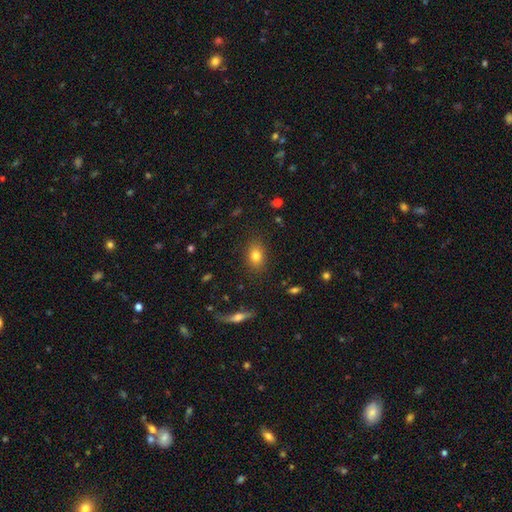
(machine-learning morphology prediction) A smooth galaxy with no disk features (79%) that is in between round and cigar-shaped (70%). Merging: none (86%).